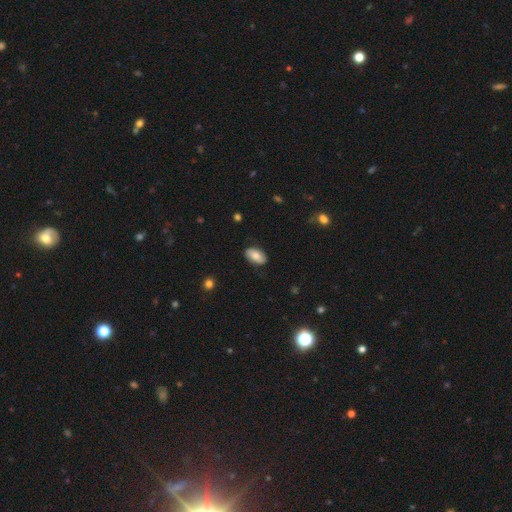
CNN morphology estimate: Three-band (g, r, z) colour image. It shows a smooth galaxy with no disk features (75%) that is in between round and cigar-shaped (94%). Merging: none (83%).